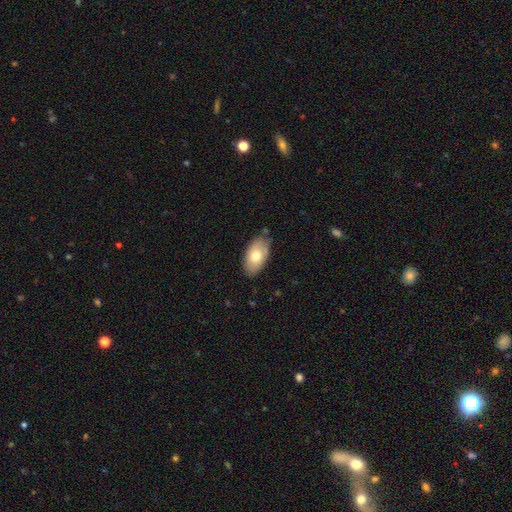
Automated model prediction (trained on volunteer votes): smooth 70%, featured or disk 24%, star or artifact 6%. Down the decision tree: how rounded — in between (94%); merging — none (80%).